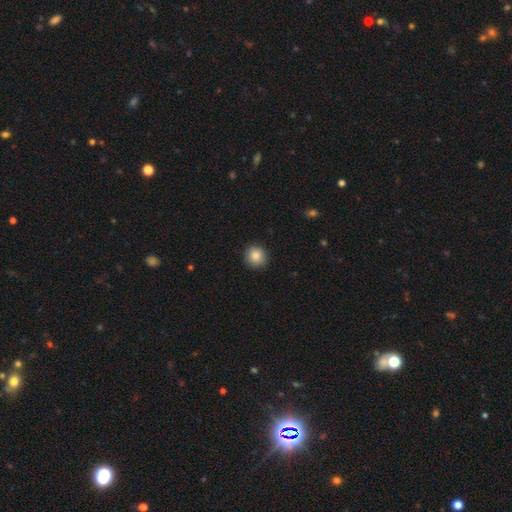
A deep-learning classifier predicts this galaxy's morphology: Smooth or featured: smooth — 85% (star or artifact — 9%)
How rounded: round — 93% (in between — 6%)
Merging: none — 91% (minor disturbance — 7%)